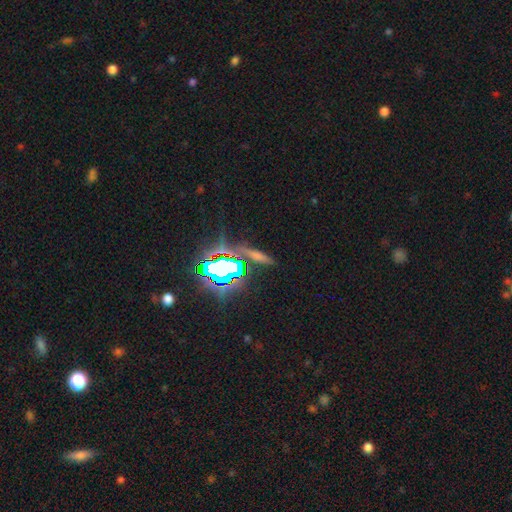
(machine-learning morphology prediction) Smooth or featured? star or artifact (51%)